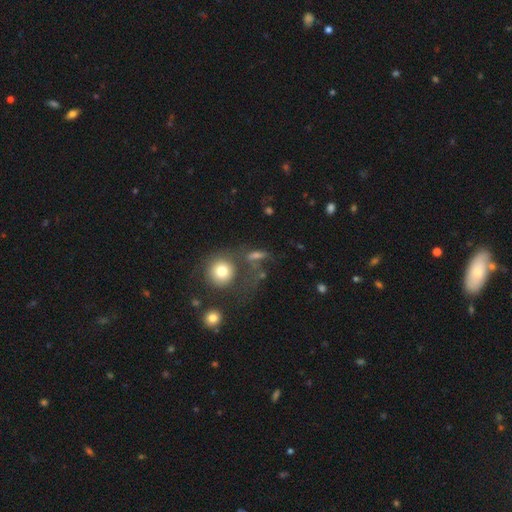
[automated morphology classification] Smooth or featured?
  - smooth: 53% *
  - featured or disk: 27%
  - star or artifact: 20%
How rounded?
  - in between: 41% *
  - round: 39%
  - cigar-shaped: 20%
Merging?
  - none: 48% *
  - major disturbance: 21%
  - minor disturbance: 17%
  - merger: 15%